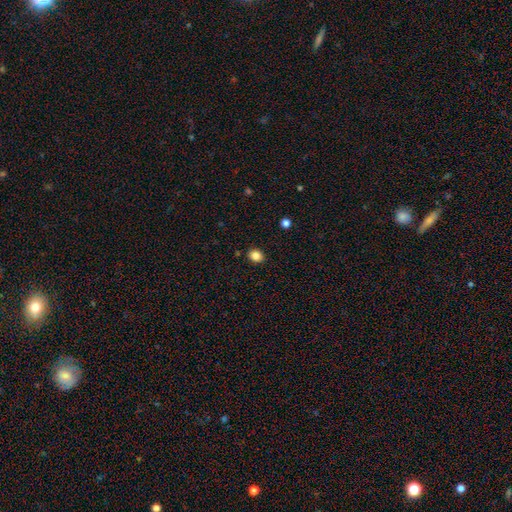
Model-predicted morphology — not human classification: This appears to be a smooth galaxy with no disk features (85%) that is round (54%). Merging: none (89%).